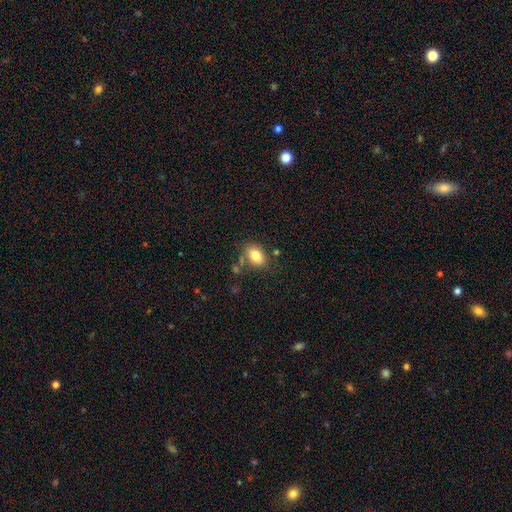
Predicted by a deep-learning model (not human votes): Smooth or featured?
  - smooth: 81% *
  - featured or disk: 10%
  - star or artifact: 9%
How rounded?
  - in between: 78% *
  - round: 21%
  - cigar-shaped: 1%
Merging?
  - none: 69% *
  - minor disturbance: 17%
  - merger: 8%
  - major disturbance: 5%